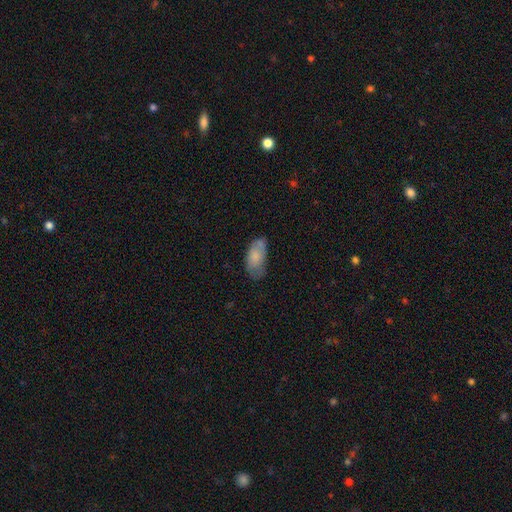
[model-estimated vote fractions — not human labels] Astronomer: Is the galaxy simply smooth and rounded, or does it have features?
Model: smooth — 75%.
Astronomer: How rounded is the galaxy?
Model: in between — 91%.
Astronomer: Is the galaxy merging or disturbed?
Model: none — 55% (runner-up: minor disturbance, 32%).